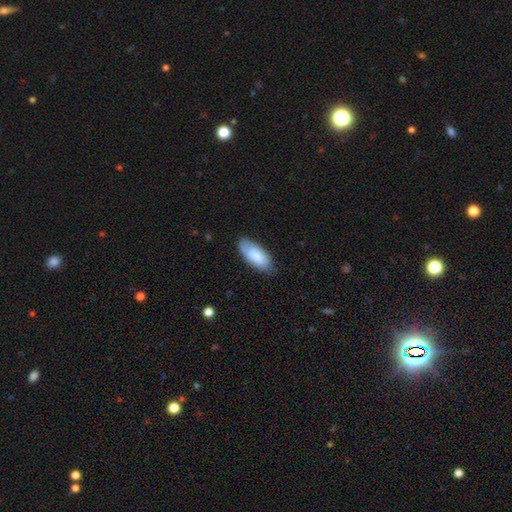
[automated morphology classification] Smooth or featured? Predicted: smooth (p=0.82). How rounded? Predicted: in between (p=0.89). Merging? Predicted: none (p=0.74).